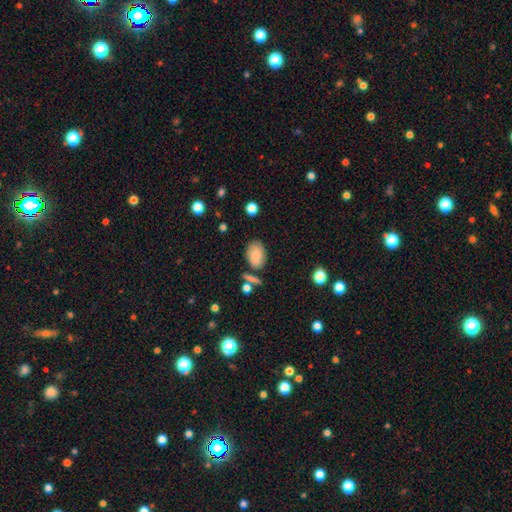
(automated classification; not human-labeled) smooth 84%, star or artifact 8%, featured or disk 8%. Down the decision tree: how rounded — in between (85%); merging — none (72%).